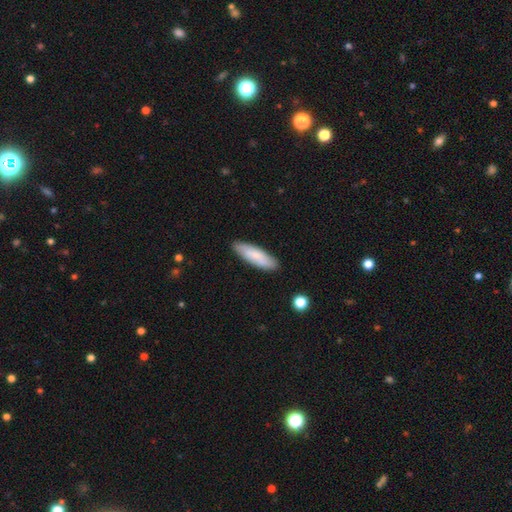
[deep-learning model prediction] smooth 75%, featured or disk 20%, star or artifact 6%. Down the decision tree: how rounded — cigar-shaped (57%); merging — none (87%).